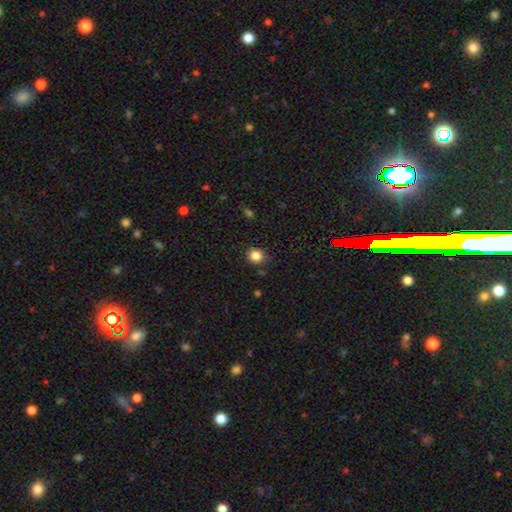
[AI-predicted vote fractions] Smooth or featured: smooth — 85% (star or artifact — 11%)
How rounded: round — 84% (in between — 15%)
Merging: none — 85% (minor disturbance — 11%)